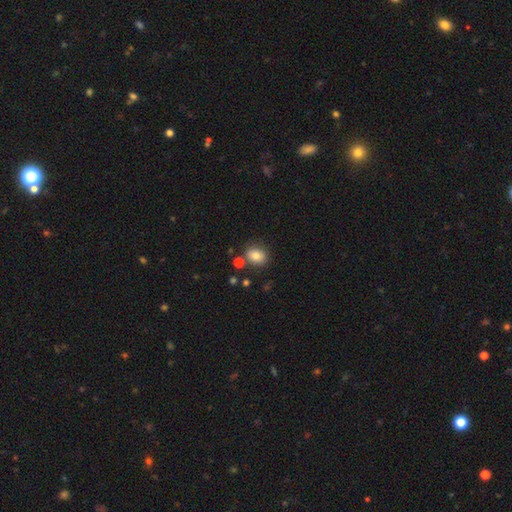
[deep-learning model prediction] Q: Smooth or featured?
A: smooth (80%); runner-up: star or artifact (11%)
Q: How rounded?
A: round (50%); runner-up: in between (49%)
Q: Merging?
A: none (78%); runner-up: minor disturbance (11%)